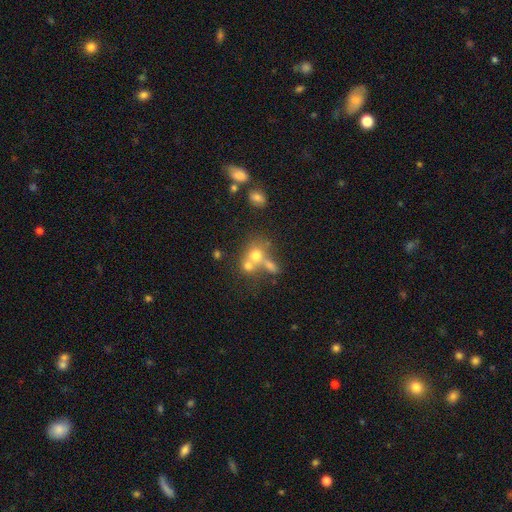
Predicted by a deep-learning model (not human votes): Smooth or featured?
  - smooth: 63% *
  - featured or disk: 21%
  - star or artifact: 16%
How rounded?
  - round: 70% *
  - in between: 28%
  - cigar-shaped: 2%
Merging?
  - merger: 52% *
  - none: 33%
  - minor disturbance: 8%
  - major disturbance: 7%